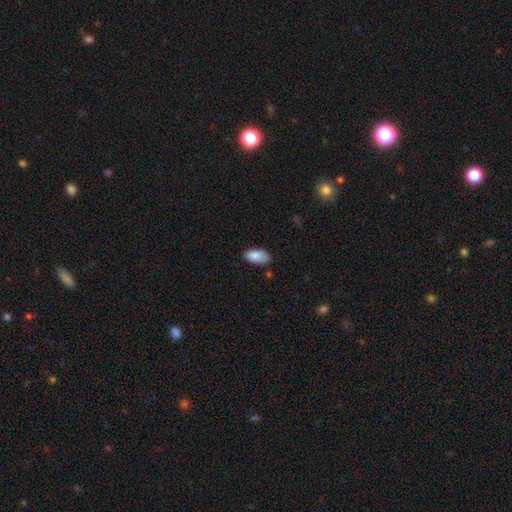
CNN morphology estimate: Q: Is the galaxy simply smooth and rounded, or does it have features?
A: smooth — 86%.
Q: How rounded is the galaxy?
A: in between — 94%.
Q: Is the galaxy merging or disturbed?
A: none — 73%.